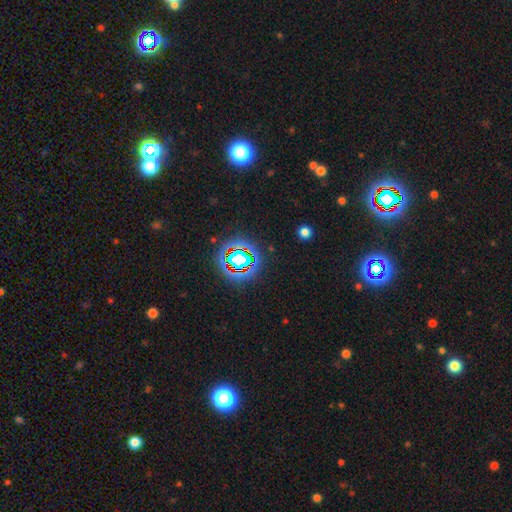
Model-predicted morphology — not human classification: This is likely a star or artifact rather than a galaxy (78%).